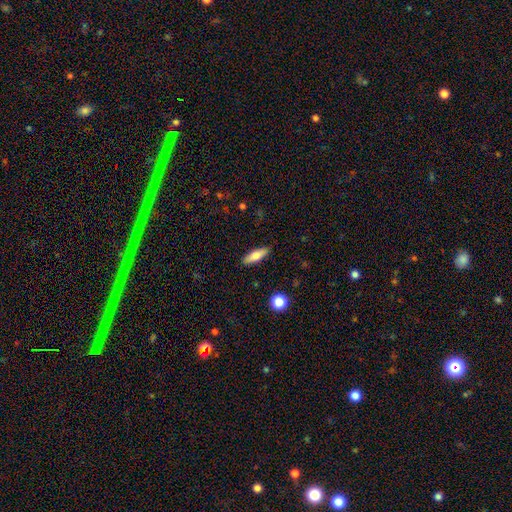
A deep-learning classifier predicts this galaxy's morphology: Smooth or featured? Predicted: smooth (p=0.72). How rounded? Predicted: in between (p=0.50). Merging? Predicted: none (p=0.89).